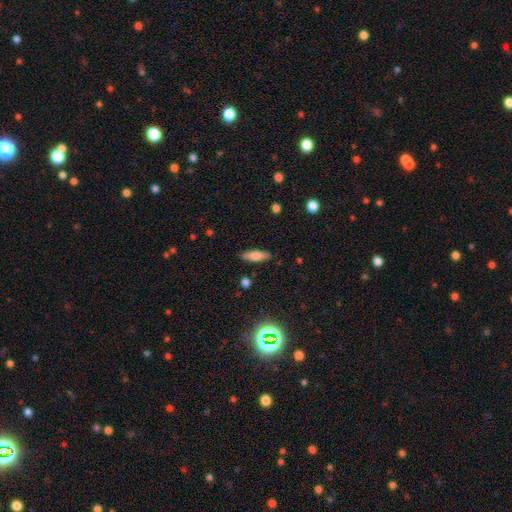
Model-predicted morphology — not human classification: type=smooth (70%); roundness=cigar-shaped (57%); merging=none (88%).